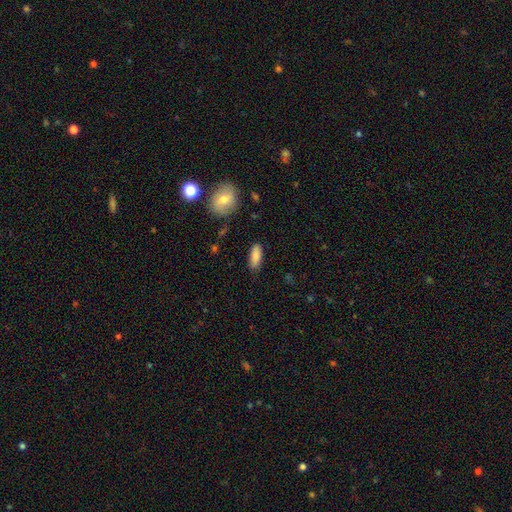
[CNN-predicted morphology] Overall: smooth (85%). How rounded: in between (76%). Merging: none (83%).